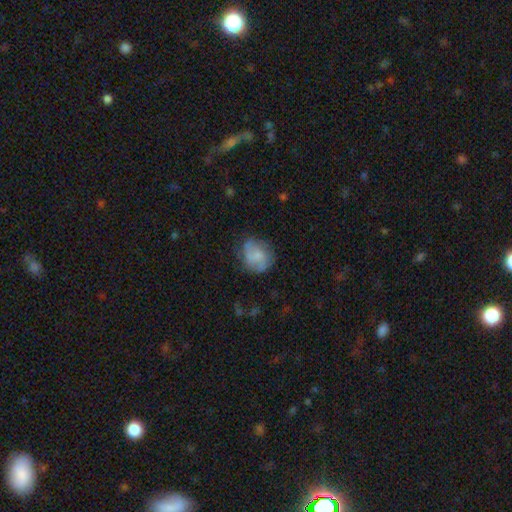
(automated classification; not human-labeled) The model was most divided on "smooth or featured": smooth: 51%, featured or disk: 40%, star or artifact: 8%. More confident: how rounded — round (66%); merging — none (61%).